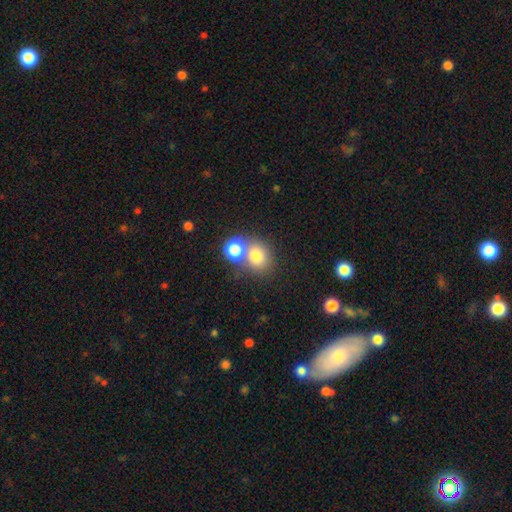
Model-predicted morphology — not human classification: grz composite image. It shows a smooth galaxy with no disk features (76%) that is round (72%). Merging: none (45%).